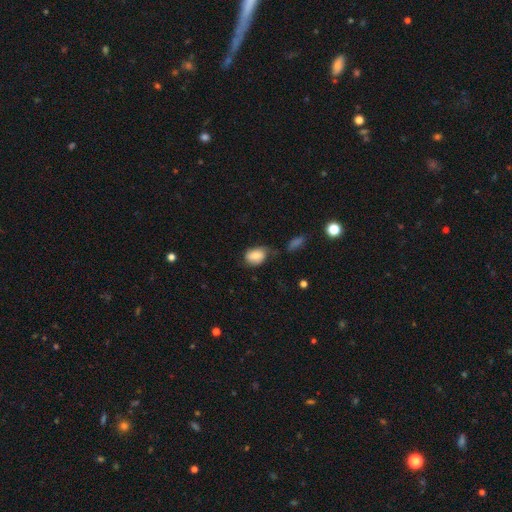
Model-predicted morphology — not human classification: type=smooth (75%); roundness=in between (78%); merging=none (47%).